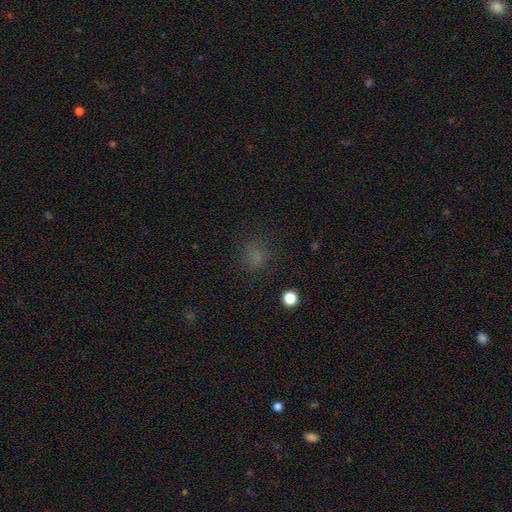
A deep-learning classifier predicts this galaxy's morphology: smooth_or_featured: smooth (p=0.71) [alt: star or artifact p=0.23]
how_rounded: round (p=0.76) [alt: in between p=0.22]
merging: none (p=0.77) [alt: minor disturbance p=0.14]